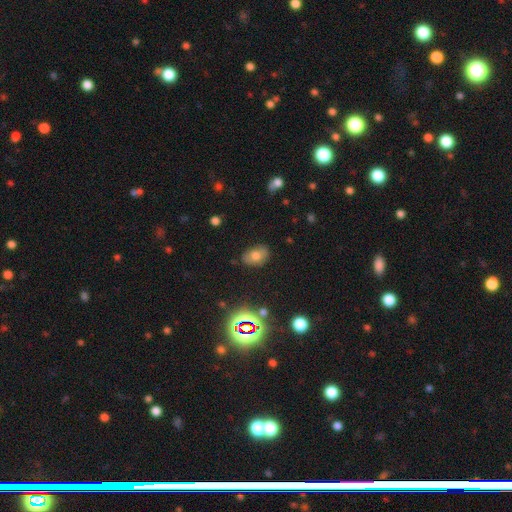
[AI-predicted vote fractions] Smooth or featured? Predicted: smooth (p=0.65). How rounded? Predicted: in between (p=0.77). Merging? Predicted: none (p=0.78).